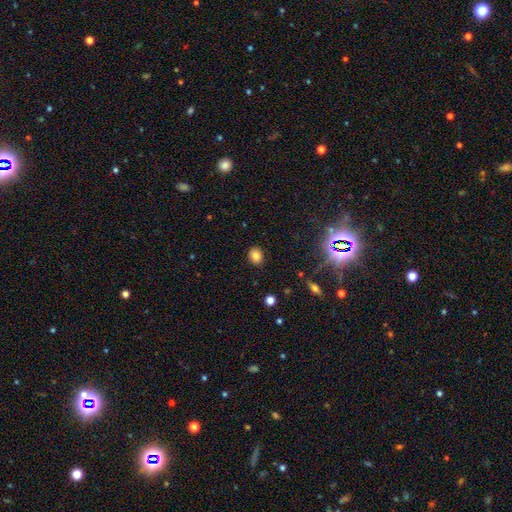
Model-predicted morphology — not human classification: Q: Smooth or featured?
A: smooth (82%); runner-up: star or artifact (12%)
Q: How rounded?
A: round (52%); runner-up: in between (47%)
Q: Merging?
A: none (88%); runner-up: minor disturbance (8%)